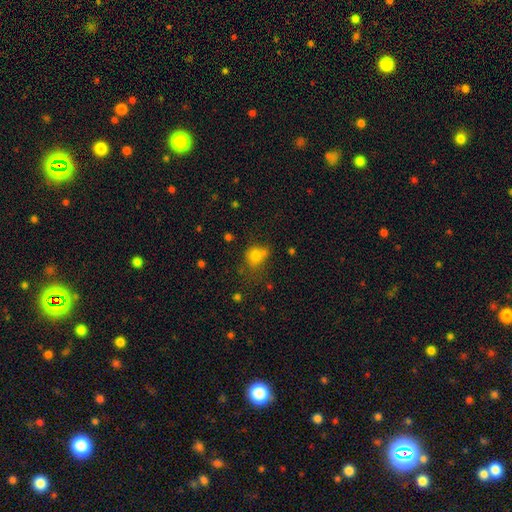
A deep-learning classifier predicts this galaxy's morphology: smooth_or_featured: smooth (p=0.76) [alt: star or artifact p=0.14]
how_rounded: round (p=0.64) [alt: in between p=0.35]
merging: none (p=0.46) [alt: minor disturbance p=0.22]